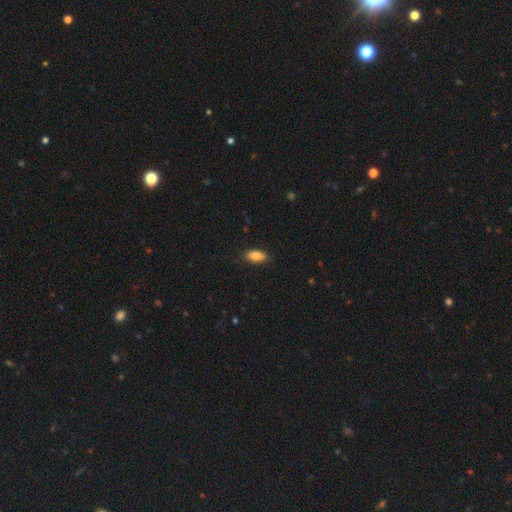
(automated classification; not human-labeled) Smooth or featured? Predicted: smooth (p=0.84). How rounded? Predicted: in between (p=0.85). Merging? Predicted: none (p=0.86).